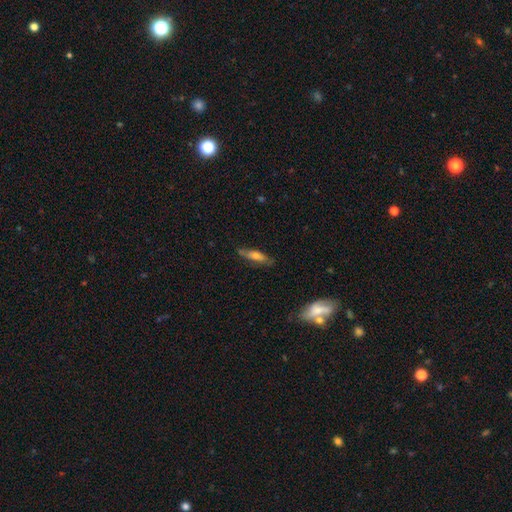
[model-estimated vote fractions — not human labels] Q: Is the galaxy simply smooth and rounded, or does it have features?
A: smooth — 49%.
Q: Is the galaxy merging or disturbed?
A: none — 75%.